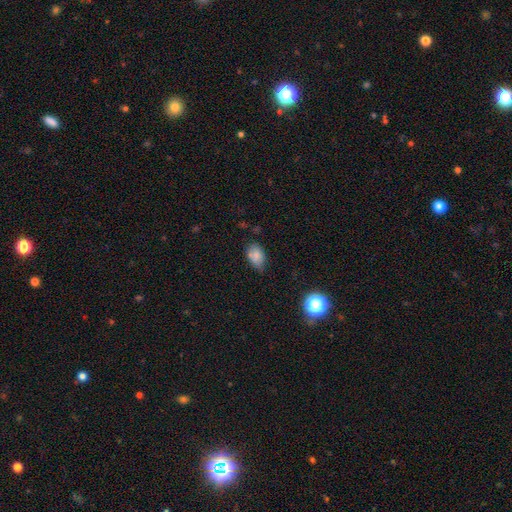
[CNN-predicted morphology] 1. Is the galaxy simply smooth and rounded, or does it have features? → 78% smooth, 11% star or artifact, 11% featured or disk.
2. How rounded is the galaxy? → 88% in between, 10% round, 2% cigar-shaped.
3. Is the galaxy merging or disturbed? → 57% none, 32% minor disturbance, 6% major disturbance, 5% merger.